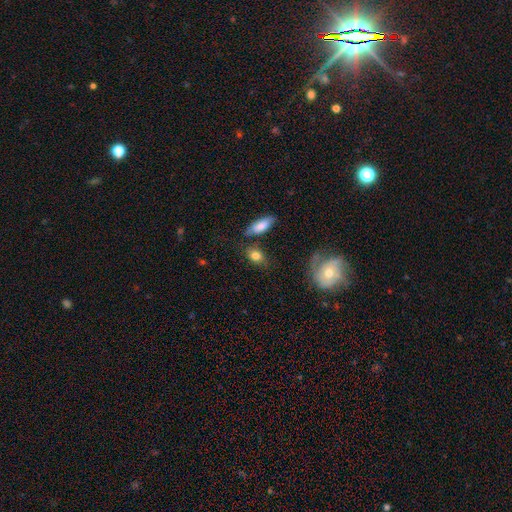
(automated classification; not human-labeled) Q: Smooth or featured?
A: smooth (80%); runner-up: featured or disk (11%)
Q: How rounded?
A: in between (77%); runner-up: round (19%)
Q: Merging?
A: none (69%); runner-up: minor disturbance (17%)